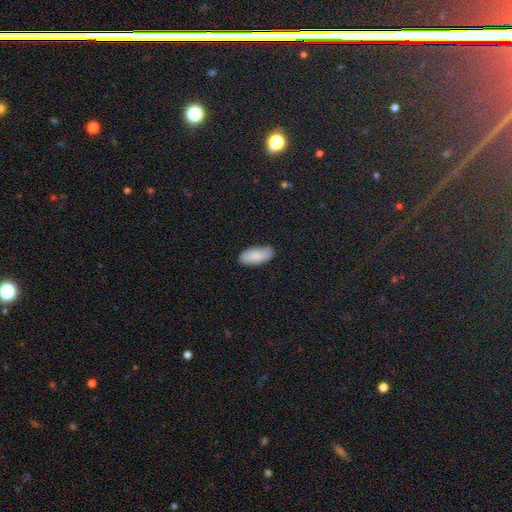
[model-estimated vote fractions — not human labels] This is clearly a smooth galaxy (87%). How rounded: clearly in between (88%). Merging: clearly none (85%).